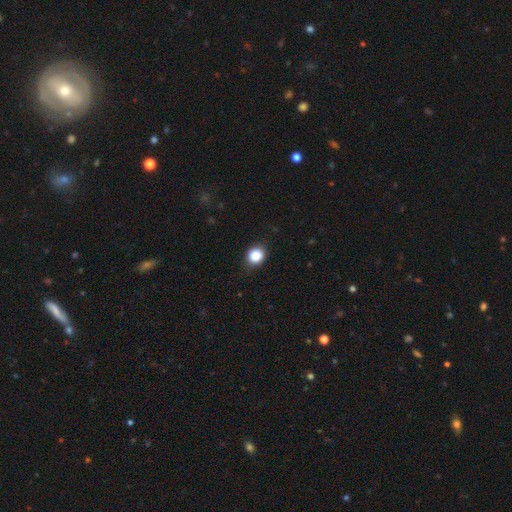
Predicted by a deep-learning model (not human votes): Smooth or featured? smooth (87%)
How rounded? round (73%)
Merging? none (83%)